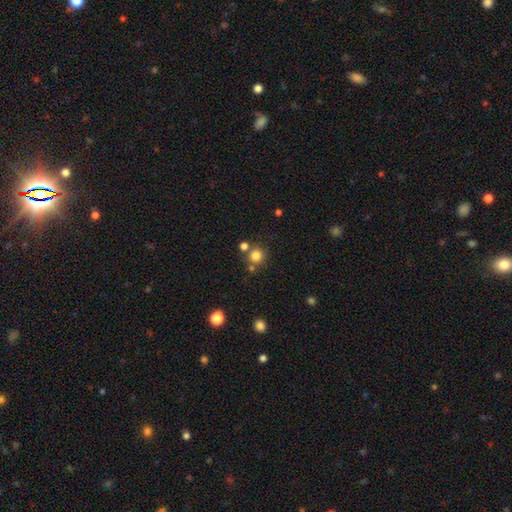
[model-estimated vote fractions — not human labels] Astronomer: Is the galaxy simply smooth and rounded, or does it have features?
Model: smooth — 80%.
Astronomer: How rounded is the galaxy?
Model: round — 93%.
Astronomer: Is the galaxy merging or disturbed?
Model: none — 73%.